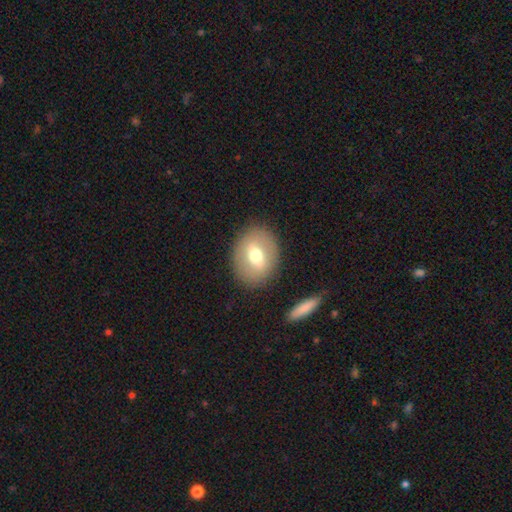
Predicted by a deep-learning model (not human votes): This appears to be a smooth galaxy with no disk features (55%) that is in between round and cigar-shaped (60%). Merging: none (85%).